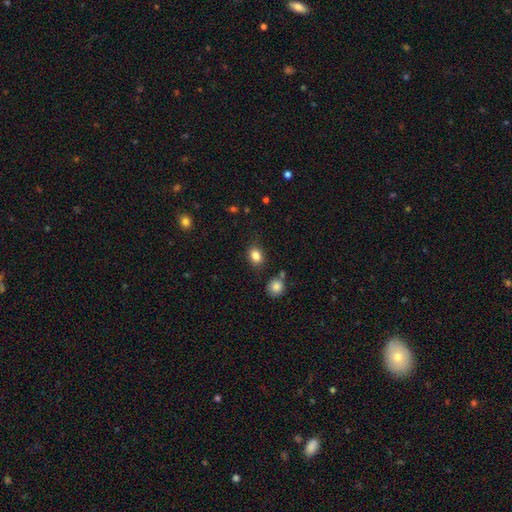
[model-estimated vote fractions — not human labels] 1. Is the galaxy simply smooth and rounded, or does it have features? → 84% smooth, 10% star or artifact, 6% featured or disk.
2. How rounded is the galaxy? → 63% in between, 36% round, 1% cigar-shaped.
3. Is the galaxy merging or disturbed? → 79% none, 13% minor disturbance, 4% merger, 3% major disturbance.